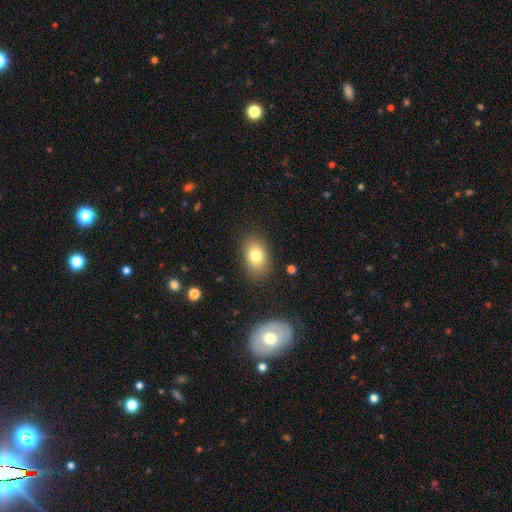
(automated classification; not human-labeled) Smooth or featured? Predicted: smooth (p=0.79). How rounded? Predicted: in between (p=0.81). Merging? Predicted: none (p=0.84).